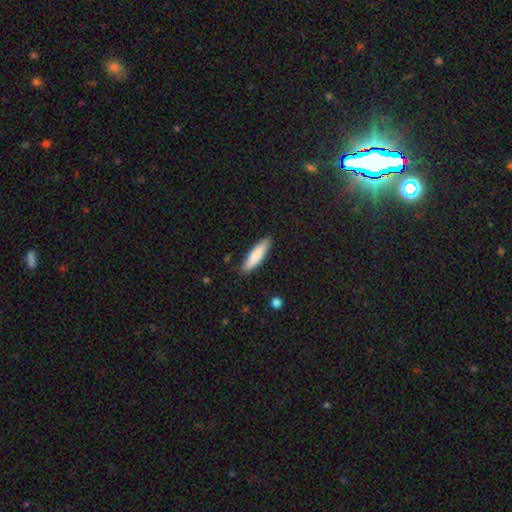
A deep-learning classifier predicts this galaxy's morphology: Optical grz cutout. It shows a smooth galaxy with no disk features (82%) that is cigar-shaped (71%). Merging: none (87%).